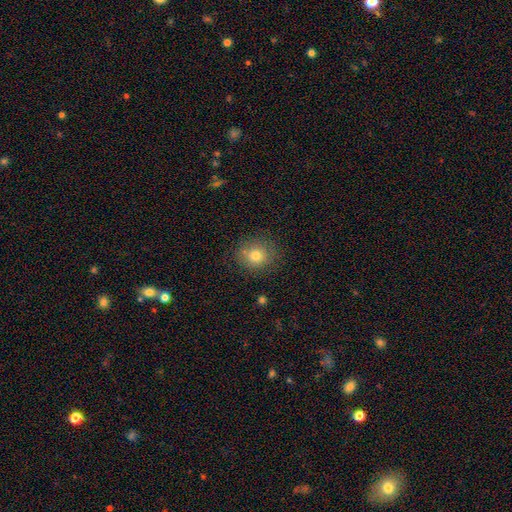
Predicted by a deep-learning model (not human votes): A smooth galaxy with no disk features (76%) that is round (83%).

Vote fractions:
- Smooth or featured? smooth: 76% / star or artifact: 13% / featured or disk: 11%
- How rounded? round: 83% / in between: 16% / cigar-shaped: 1%
- Merging? none: 82% / minor disturbance: 12% / major disturbance: 4% / merger: 2%